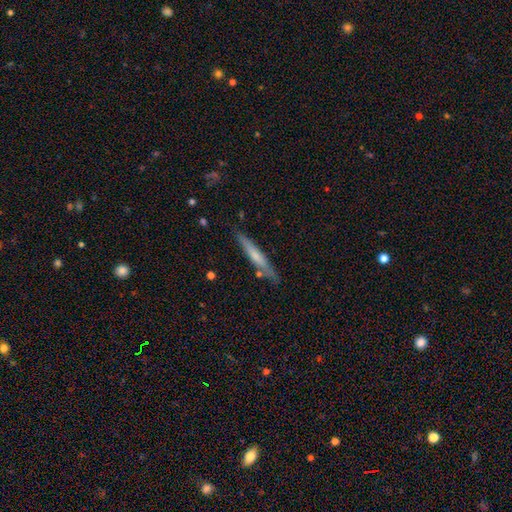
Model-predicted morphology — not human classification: Smooth or featured?
  - smooth: 57% *
  - featured or disk: 37%
  - star or artifact: 6%
How rounded?
  - cigar-shaped: 94% *
  - in between: 5%
  - round: 1%
Merging?
  - none: 82% *
  - minor disturbance: 12%
  - merger: 3%
  - major disturbance: 2%